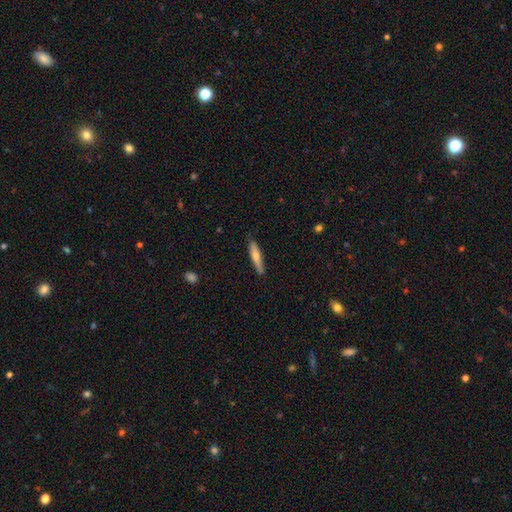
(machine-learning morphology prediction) smooth-or-featured: smooth: 65% | featured or disk: 29% | star or artifact: 6%
  how-rounded: cigar-shaped: 87% | in between: 12% | round: 1%
  merging: none: 84% | minor disturbance: 12% | major disturbance: 2% | merger: 1%